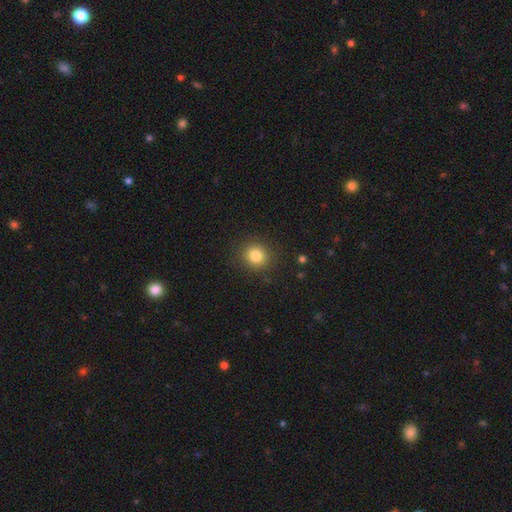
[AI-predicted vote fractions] Smooth or featured? smooth (82%)
How rounded? round (86%)
Merging? none (88%)